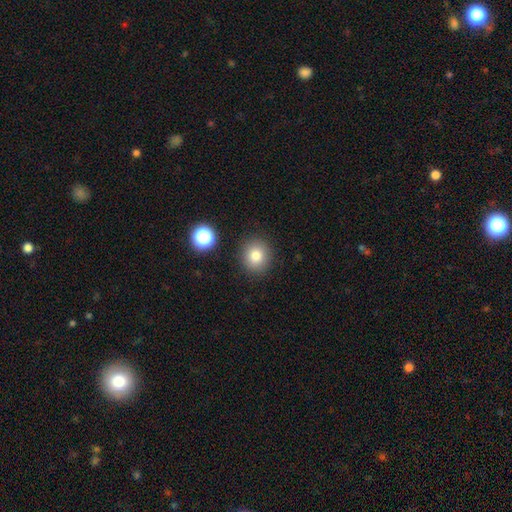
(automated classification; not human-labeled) This appears to be a smooth galaxy with no disk features (80%) that is round (87%). Merging: none (88%).